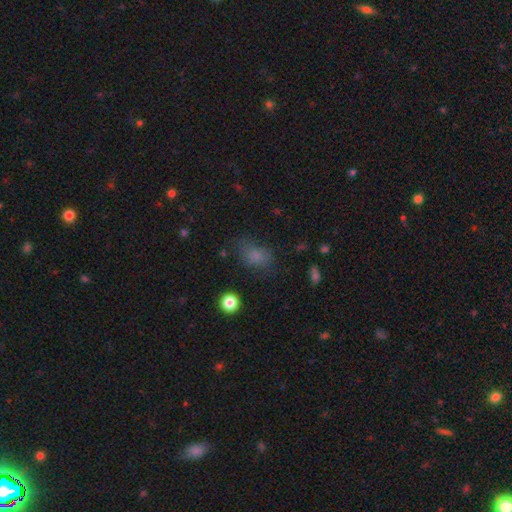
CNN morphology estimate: smooth-or-featured: smooth: 76% | star or artifact: 15% | featured or disk: 9%
  how-rounded: in between: 74% | round: 24% | cigar-shaped: 2%
  merging: none: 59% | minor disturbance: 24% | major disturbance: 14% | merger: 2%